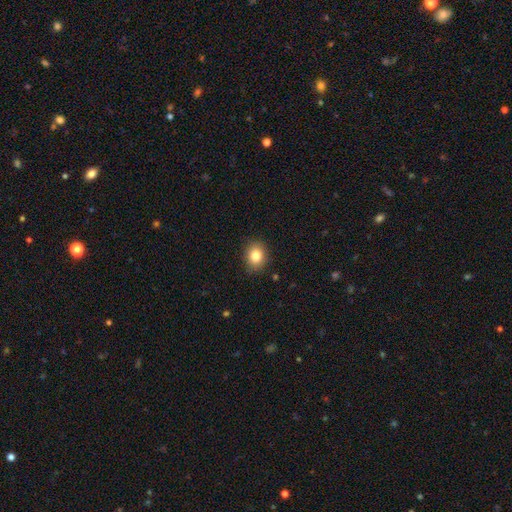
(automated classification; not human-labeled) Q: Smooth or featured?
A: smooth (84%); runner-up: star or artifact (10%)
Q: How rounded?
A: round (52%); runner-up: in between (47%)
Q: Merging?
A: none (88%); runner-up: minor disturbance (9%)